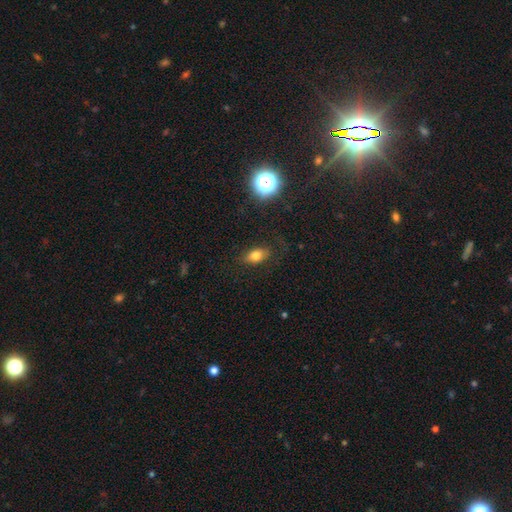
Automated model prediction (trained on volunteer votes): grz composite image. It shows a smooth galaxy with no disk features (73%) that is in between round and cigar-shaped (82%). Merging: none (81%).